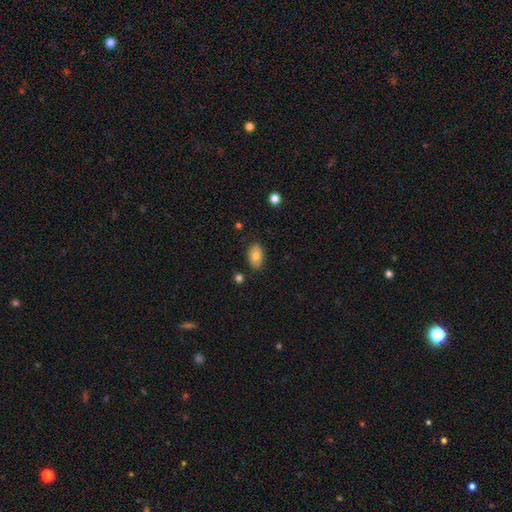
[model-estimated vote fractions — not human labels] smooth-or-featured: smooth: 81% | featured or disk: 11% | star or artifact: 8%
  how-rounded: in between: 91% | round: 7% | cigar-shaped: 2%
  merging: none: 83% | minor disturbance: 12% | major disturbance: 2% | merger: 2%